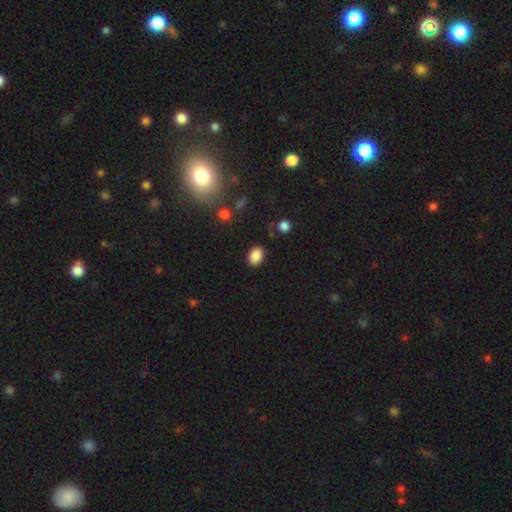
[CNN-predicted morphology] type=smooth (86%); roundness=in between (82%); merging=none (84%).